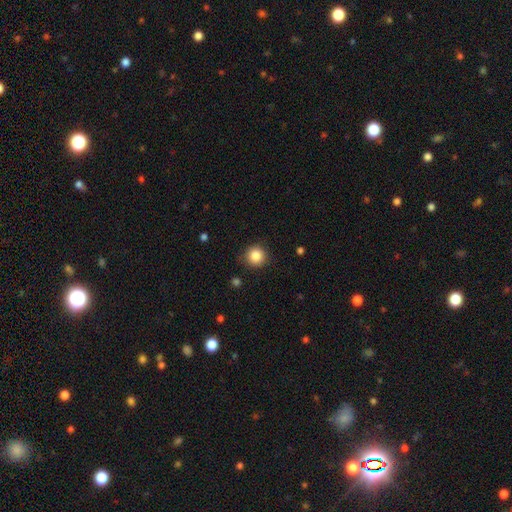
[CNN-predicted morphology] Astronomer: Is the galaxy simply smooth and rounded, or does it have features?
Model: smooth — 85%.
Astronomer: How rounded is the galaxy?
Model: round — 94%.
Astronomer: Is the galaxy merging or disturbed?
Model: none — 88%.